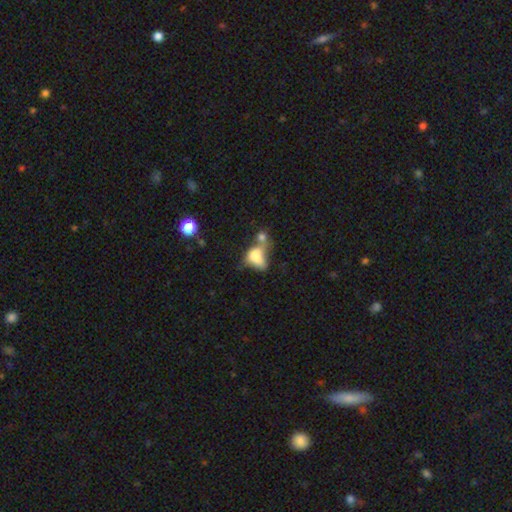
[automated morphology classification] smooth-or-featured: smooth: 66% | featured or disk: 23% | star or artifact: 11%
  how-rounded: in between: 79% | round: 17% | cigar-shaped: 4%
  merging: merger: 55% | major disturbance: 18% | none: 15% | minor disturbance: 12%